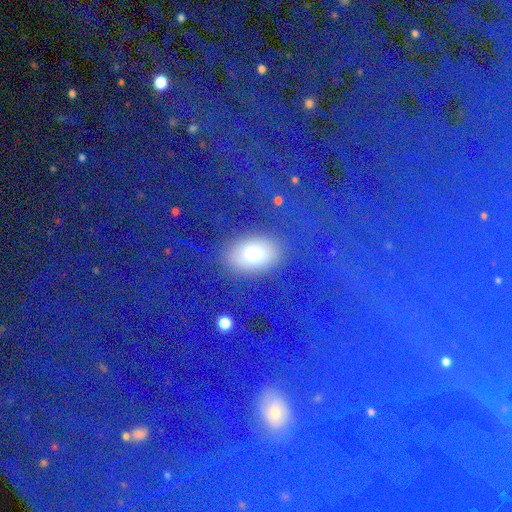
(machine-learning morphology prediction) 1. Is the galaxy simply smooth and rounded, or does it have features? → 66% smooth, 25% star or artifact, 10% featured or disk.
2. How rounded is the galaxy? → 86% in between, 10% round, 3% cigar-shaped.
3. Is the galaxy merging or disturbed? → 82% none, 10% minor disturbance, 5% major disturbance, 4% merger.